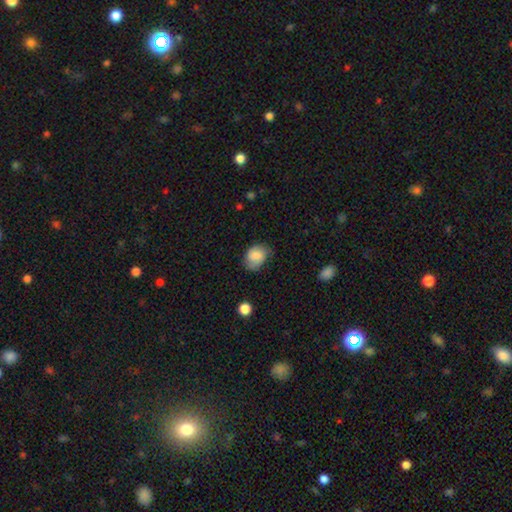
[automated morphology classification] Smooth or featured: smooth — 78% (featured or disk — 14%)
How rounded: in between — 66% (round — 33%)
Merging: none — 60% (minor disturbance — 30%)